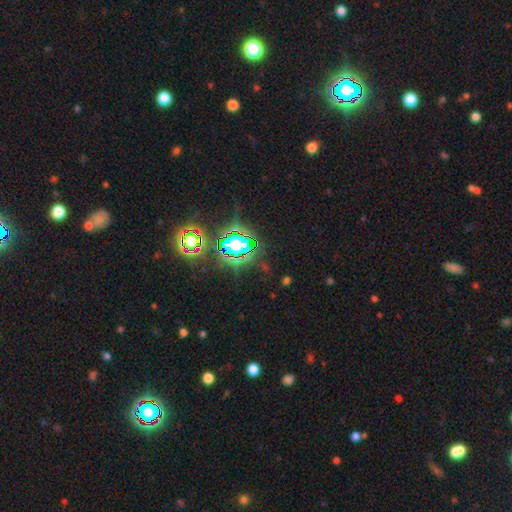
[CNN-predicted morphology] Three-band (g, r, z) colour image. It shows a star or artifact, not a galaxy (82%).